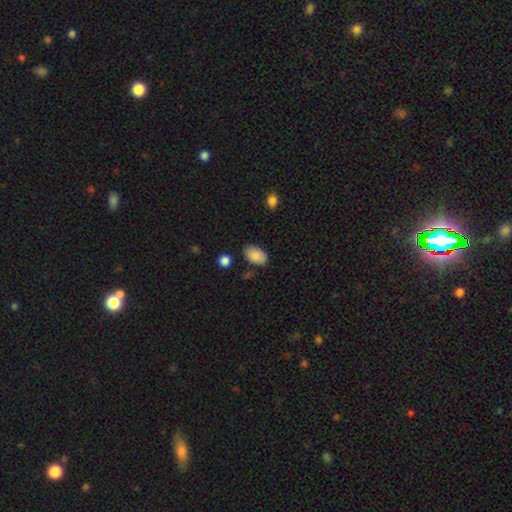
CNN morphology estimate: Smooth or featured?
  - smooth: 87% *
  - star or artifact: 7%
  - featured or disk: 6%
How rounded?
  - in between: 92% *
  - round: 7%
  - cigar-shaped: 1%
Merging?
  - none: 80% *
  - minor disturbance: 14%
  - major disturbance: 3%
  - merger: 3%